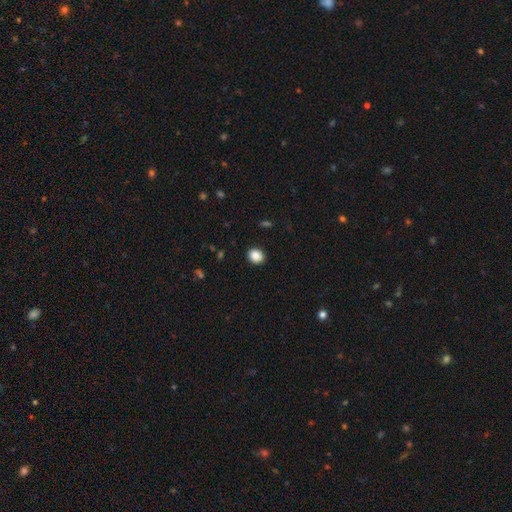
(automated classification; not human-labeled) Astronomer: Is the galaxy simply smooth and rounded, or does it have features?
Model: smooth — 88%.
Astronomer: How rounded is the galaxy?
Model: round — 55% (runner-up: in between, 44%).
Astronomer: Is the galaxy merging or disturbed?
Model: none — 91%.